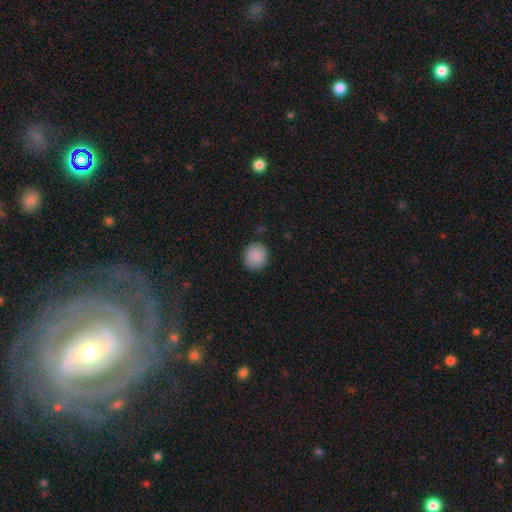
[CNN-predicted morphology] Overall: smooth (87%). How rounded: round (80%). Merging: none (86%).